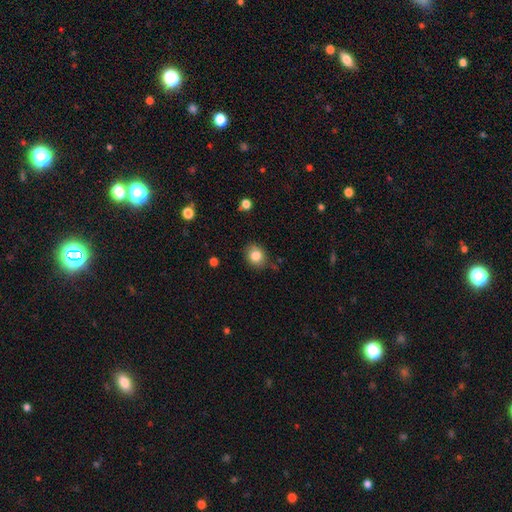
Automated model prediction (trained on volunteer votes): Morphology: type=smooth (83%); roundness=round (71%); merging=none (80%).